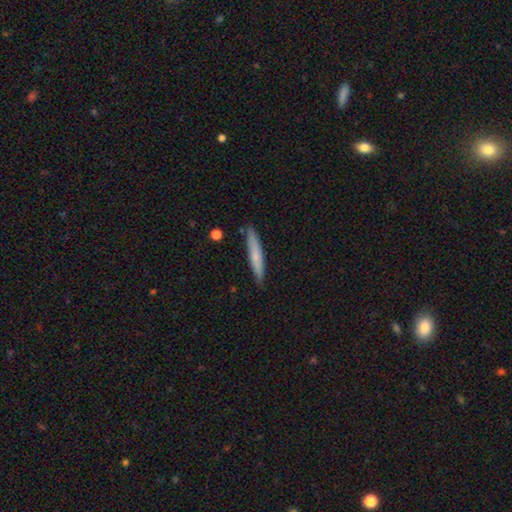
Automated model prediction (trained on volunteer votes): Morphology: type=smooth (66%); roundness=cigar-shaped (94%); merging=none (86%).